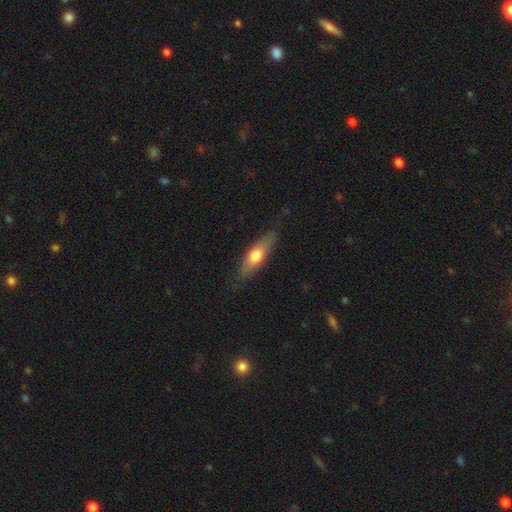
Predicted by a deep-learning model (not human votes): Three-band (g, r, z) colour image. It shows a smooth galaxy with no disk features (60%) that is in between round and cigar-shaped (50%). Merging: none (82%).